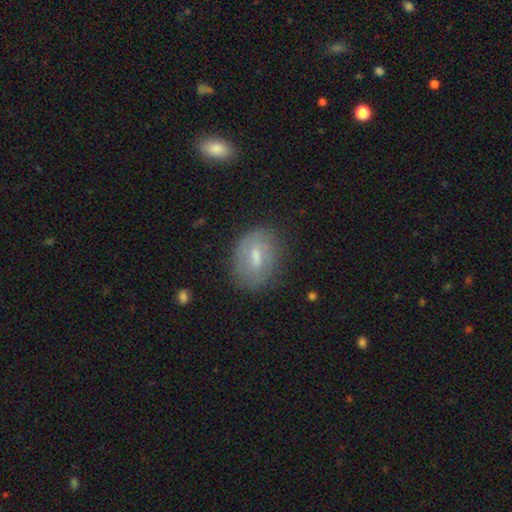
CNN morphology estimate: Smooth or featured? Predicted: featured or disk (p=0.48). Merging? Predicted: none (p=0.71).